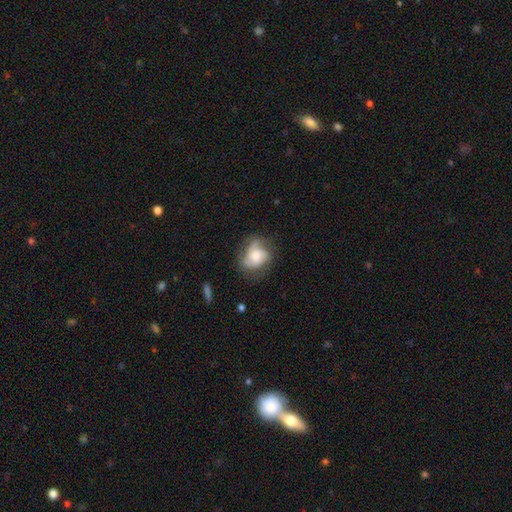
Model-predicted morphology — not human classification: Smooth or featured?
  - featured or disk: 55% *
  - smooth: 37%
  - star or artifact: 8%
Edge-on disk?
  - no: 97% *
  - yes: 3%
Bar?
  - no: 72% *
  - weak: 24%
  - strong: 4%
Spiral arms?
  - yes: 85% *
  - no: 15%
Bulge size?
  - moderate: 43% *
  - small: 24%
  - large: 22%
  - none: 8%
  - dominant: 3%
Merging?
  - none: 54% *
  - minor disturbance: 25%
  - major disturbance: 18%
  - merger: 2%